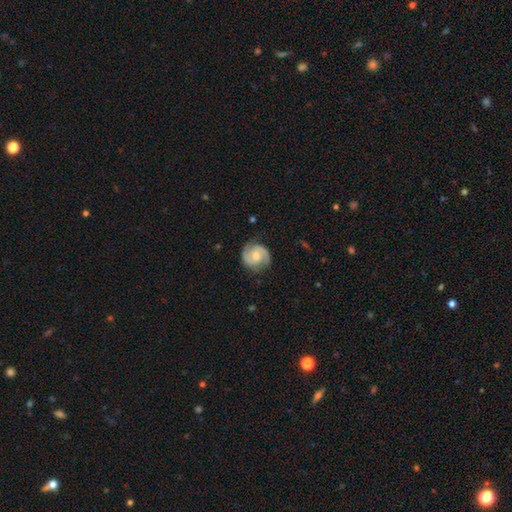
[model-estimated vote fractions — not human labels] smooth_or_featured: featured or disk (p=0.82) [alt: smooth p=0.12]
disk_edge_on: no (p=0.98) [alt: yes p=0.02]
bar: no (p=0.57) [alt: weak p=0.36]
has_spiral_arms: yes (p=0.96) [alt: no p=0.04]
spiral_winding: medium (p=0.47) [alt: tight p=0.41]
spiral_arm_count: 2 (p=0.91) [alt: can't tell p=0.04]
bulge_size: moderate (p=0.61) [alt: small p=0.34]
merging: none (p=0.81) [alt: minor disturbance p=0.14]